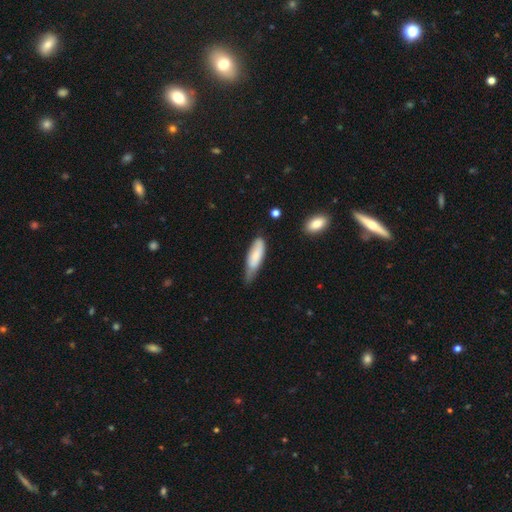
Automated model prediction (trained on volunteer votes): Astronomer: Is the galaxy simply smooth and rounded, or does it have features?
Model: smooth — 79%.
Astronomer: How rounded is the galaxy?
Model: cigar-shaped — 51% (runner-up: in between, 48%).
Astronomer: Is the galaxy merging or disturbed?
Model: minor disturbance — 45% (runner-up: none, 40%).